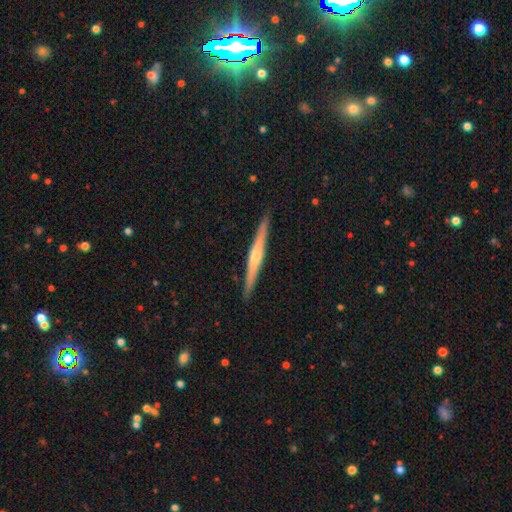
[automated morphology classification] Smooth or featured: featured or disk — 68% (smooth — 27%)
Edge-on disk: yes — 98% (no — 2%)
Edge-on bulge: rounded — 73% (none — 21%)
Merging: none — 92% (minor disturbance — 6%)